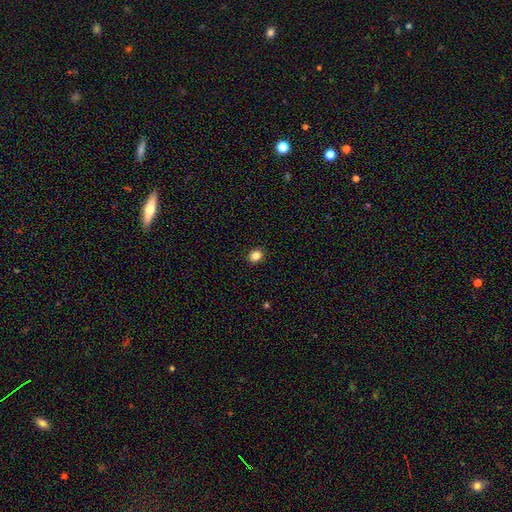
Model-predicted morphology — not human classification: Smooth or featured? Predicted: smooth (p=0.84). How rounded? Predicted: round (p=0.69). Merging? Predicted: none (p=0.92).